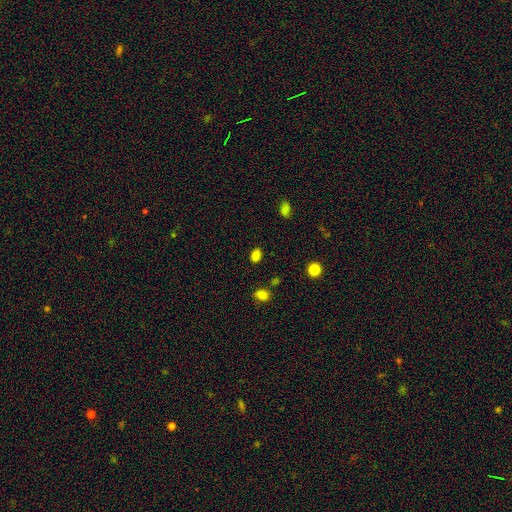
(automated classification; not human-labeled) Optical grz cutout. It shows a smooth galaxy with no disk features (84%) that is in between round and cigar-shaped (83%). Merging: none (85%).